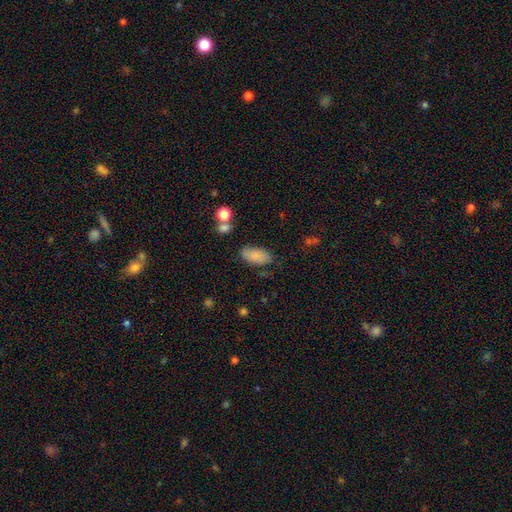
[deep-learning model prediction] smooth_or_featured: smooth (p=0.83) [alt: featured or disk p=0.10]
how_rounded: in between (p=0.93) [alt: cigar-shaped p=0.04]
merging: none (p=0.71) [alt: minor disturbance p=0.20]